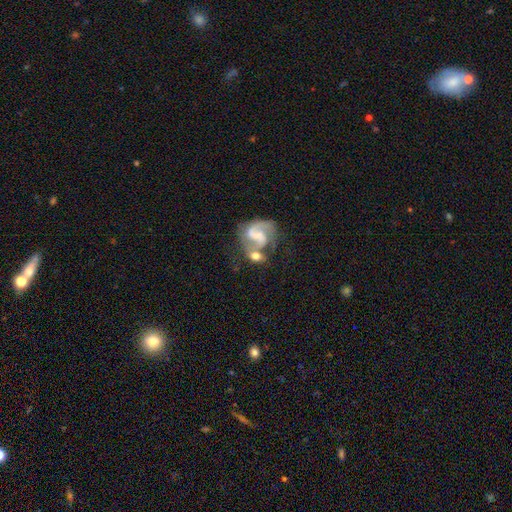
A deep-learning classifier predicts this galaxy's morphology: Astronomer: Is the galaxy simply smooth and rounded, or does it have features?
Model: featured or disk — 70%.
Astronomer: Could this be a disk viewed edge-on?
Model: no — 97%.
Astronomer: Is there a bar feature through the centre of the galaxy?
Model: weak — 44% (runner-up: no, 39%).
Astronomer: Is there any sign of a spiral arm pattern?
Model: yes — 89%.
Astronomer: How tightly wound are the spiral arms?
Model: medium — 51% (runner-up: loose, 29%).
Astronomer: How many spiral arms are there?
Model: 2 — 82%.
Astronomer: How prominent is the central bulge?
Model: small — 49% (runner-up: moderate, 29%).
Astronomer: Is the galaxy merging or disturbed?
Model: merger — 43% (runner-up: none, 32%).